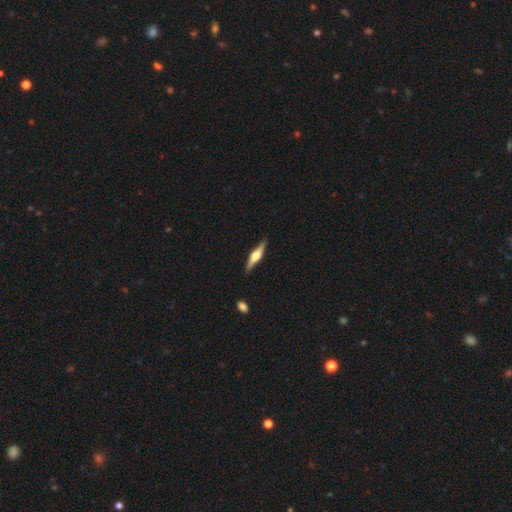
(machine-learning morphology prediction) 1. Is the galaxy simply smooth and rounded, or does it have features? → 73% featured or disk, 23% smooth, 5% star or artifact.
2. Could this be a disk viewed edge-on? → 97% yes, 3% no.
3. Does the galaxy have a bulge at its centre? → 93% rounded, 5% boxy, 2% none.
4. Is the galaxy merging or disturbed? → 88% none, 9% minor disturbance, 2% major disturbance, 1% merger.